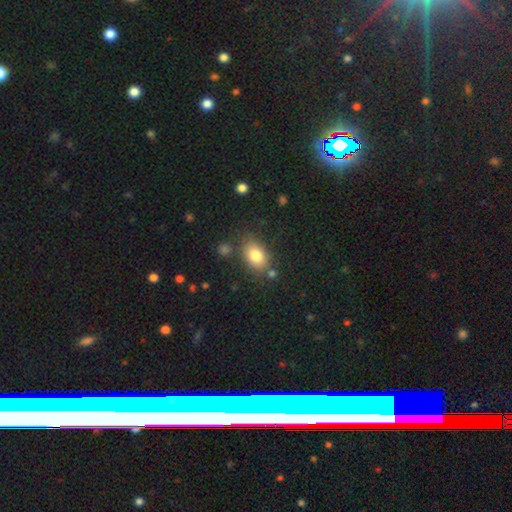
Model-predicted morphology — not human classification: smooth 81%, featured or disk 10%, star or artifact 9%. Down the decision tree: how rounded — in between (80%); merging — none (75%).